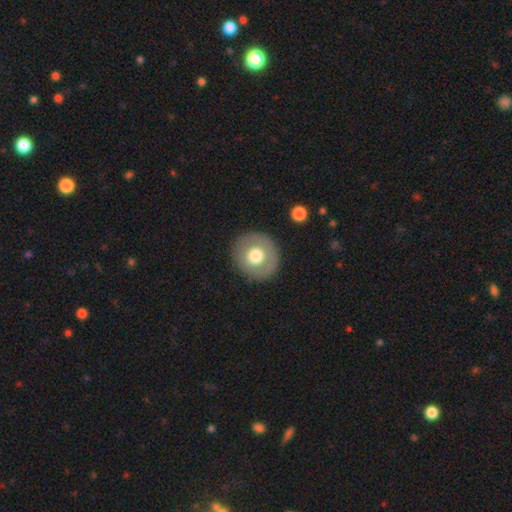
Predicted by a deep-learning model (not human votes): Smooth or featured? smooth (64%)
How rounded? round (92%)
Merging? none (89%)